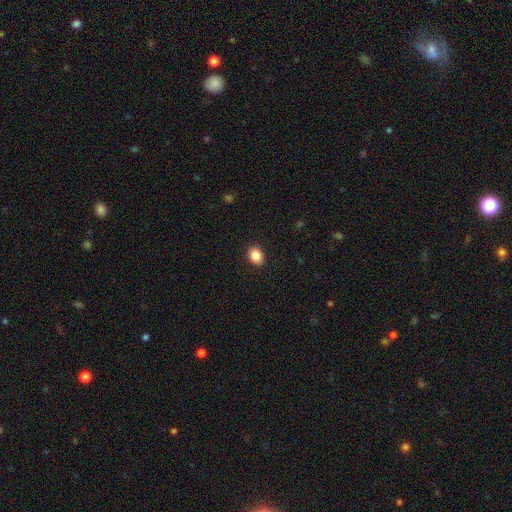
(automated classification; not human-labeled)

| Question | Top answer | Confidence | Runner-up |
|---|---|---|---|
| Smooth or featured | smooth | 86% | star or artifact (9%) |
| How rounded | in between | 53% | round (46%) |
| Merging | none | 91% | minor disturbance (6%) |